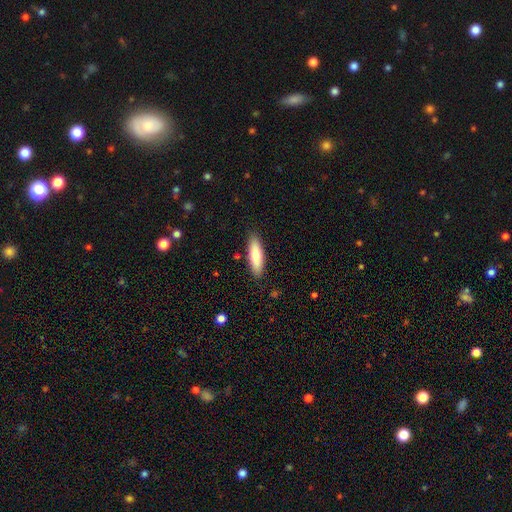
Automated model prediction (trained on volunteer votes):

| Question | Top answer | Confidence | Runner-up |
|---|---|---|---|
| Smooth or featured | smooth | 79% | featured or disk (16%) |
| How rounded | cigar-shaped | 53% | in between (46%) |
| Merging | none | 87% | minor disturbance (9%) |